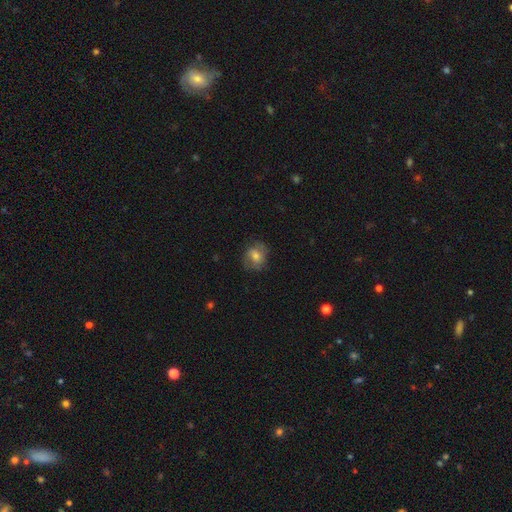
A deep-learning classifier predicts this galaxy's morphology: Smooth or featured? Predicted: smooth (p=0.56). How rounded? Predicted: round (p=0.64). Merging? Predicted: none (p=0.68).